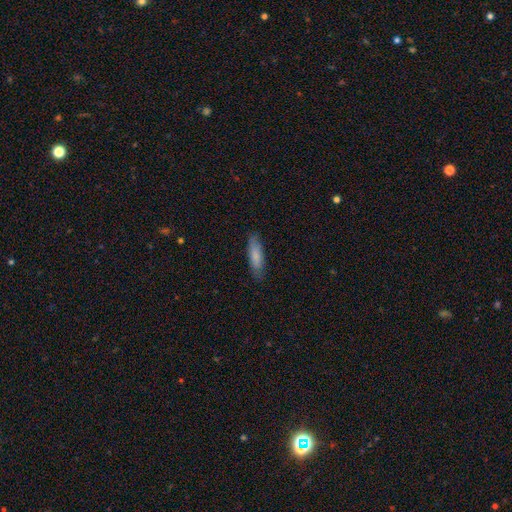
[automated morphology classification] Smooth or featured? smooth (80%)
How rounded? cigar-shaped (61%)
Merging? none (83%)